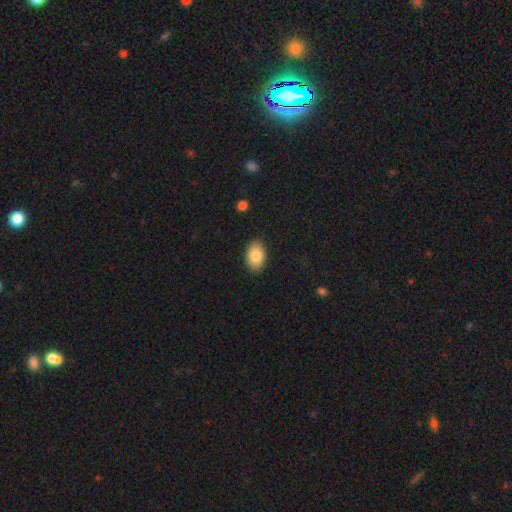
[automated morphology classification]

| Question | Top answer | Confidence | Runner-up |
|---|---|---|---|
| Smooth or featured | smooth | 84% | featured or disk (9%) |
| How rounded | in between | 91% | round (8%) |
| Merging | none | 88% | minor disturbance (9%) |